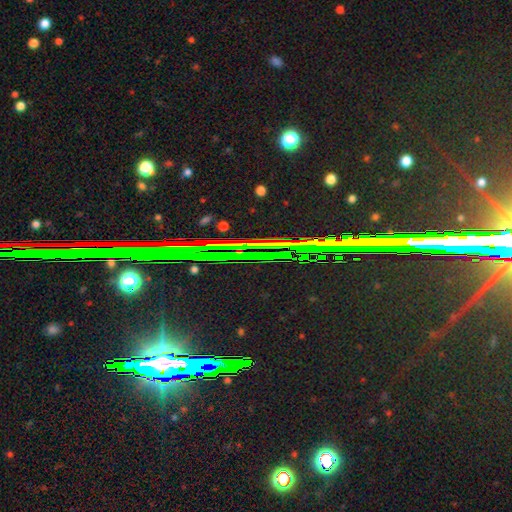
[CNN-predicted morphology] Smooth or featured? Predicted: star or artifact (p=0.84).